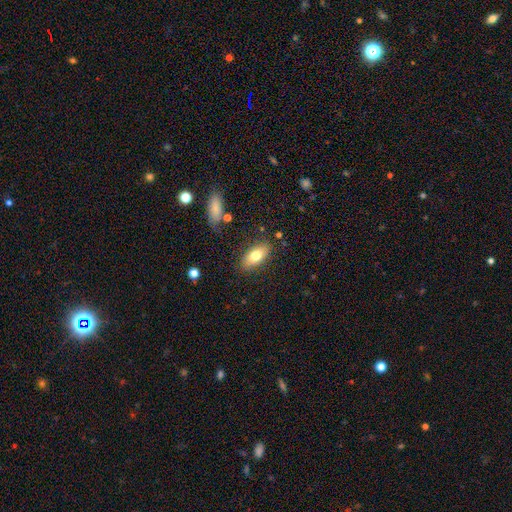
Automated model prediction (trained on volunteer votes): Q: Smooth or featured?
A: smooth (75%); runner-up: featured or disk (18%)
Q: How rounded?
A: in between (87%); runner-up: cigar-shaped (10%)
Q: Merging?
A: none (82%); runner-up: minor disturbance (12%)